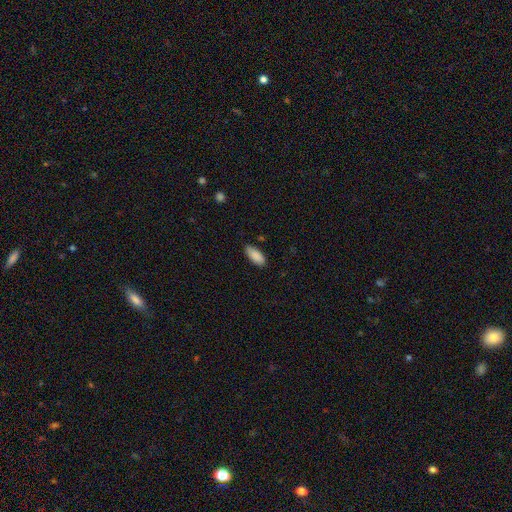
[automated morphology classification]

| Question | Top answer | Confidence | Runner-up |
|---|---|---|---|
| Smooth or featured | smooth | 89% | star or artifact (6%) |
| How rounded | in between | 84% | cigar-shaped (14%) |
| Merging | none | 84% | minor disturbance (13%) |